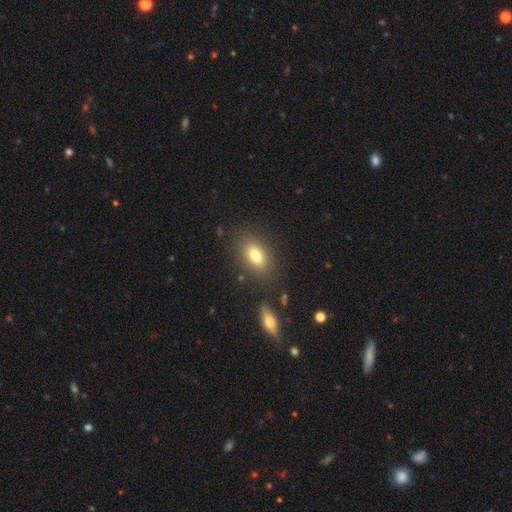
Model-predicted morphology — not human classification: This is likely a smooth galaxy (77%). How rounded: clearly in between (82%). Merging: clearly none (81%).